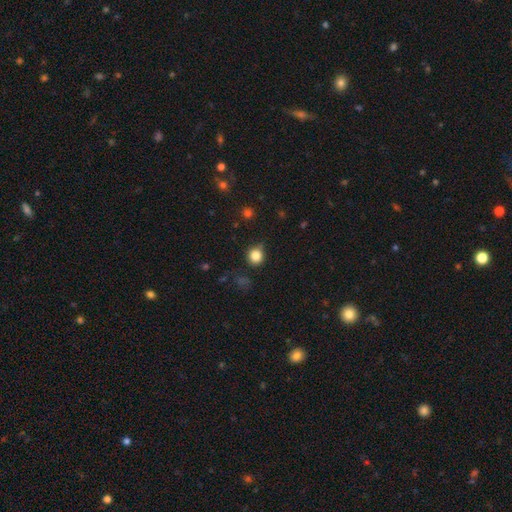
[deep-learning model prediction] Q: Smooth or featured?
A: smooth (82%); runner-up: star or artifact (12%)
Q: How rounded?
A: round (88%); runner-up: in between (12%)
Q: Merging?
A: none (74%); runner-up: minor disturbance (19%)